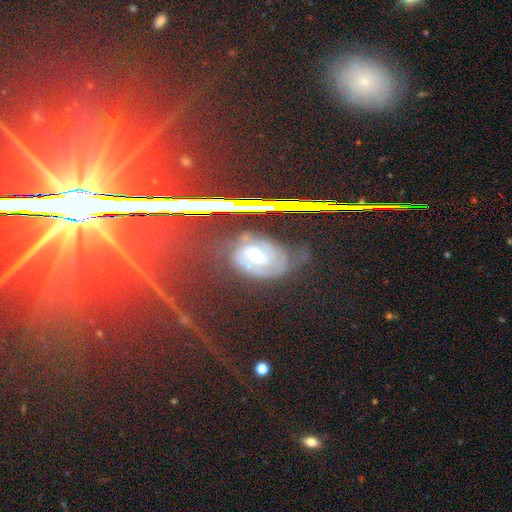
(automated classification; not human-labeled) Smooth or featured: featured or disk — 57% (star or artifact — 29%)
Edge-on disk: no — 89% (yes — 11%)
Bar: no — 43% (weak — 36%)
Spiral arms: yes — 82% (no — 18%)
Bulge size: moderate — 68% (small — 21%)
Merging: none — 70% (minor disturbance — 17%)